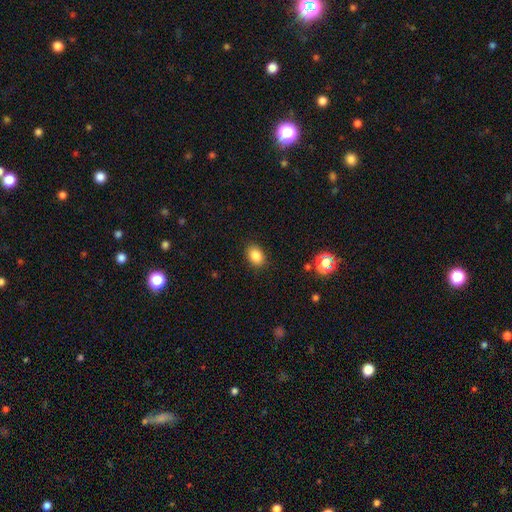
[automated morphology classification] A smooth galaxy with no disk features (85%) that is in between round and cigar-shaped (75%). Merging: none (88%).